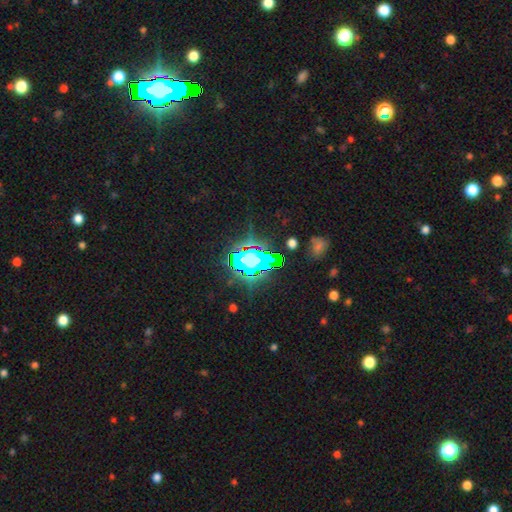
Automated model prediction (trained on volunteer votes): Smooth or featured? star or artifact (77%)